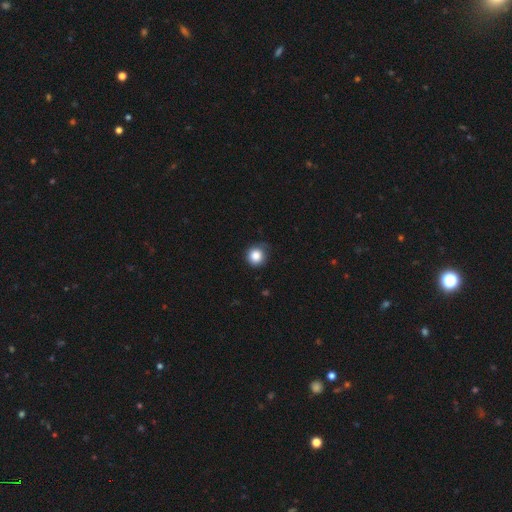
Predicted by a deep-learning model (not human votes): Smooth or featured: smooth — 86% (star or artifact — 9%)
How rounded: round — 93% (in between — 6%)
Merging: none — 73% (minor disturbance — 21%)